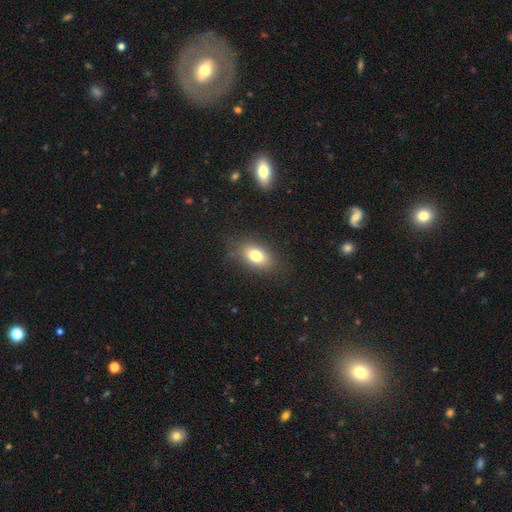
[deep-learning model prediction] Smooth or featured?
  - smooth: 78% *
  - featured or disk: 13%
  - star or artifact: 10%
How rounded?
  - in between: 85% *
  - round: 11%
  - cigar-shaped: 4%
Merging?
  - none: 82% *
  - minor disturbance: 13%
  - major disturbance: 4%
  - merger: 1%